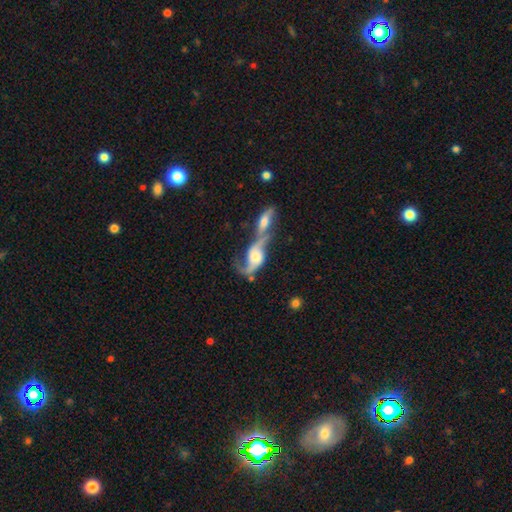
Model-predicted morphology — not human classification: Smooth or featured? Predicted: featured or disk (p=0.82). Edge-on disk? Predicted: no (p=0.91). Bar? Predicted: no (p=0.55). Spiral arms? Predicted: yes (p=0.94). Spiral winding? Predicted: loose (p=0.70). Spiral arm count? Predicted: 2 (p=0.86). Bulge size? Predicted: moderate (p=0.45). Merging? Predicted: merger (p=0.69).